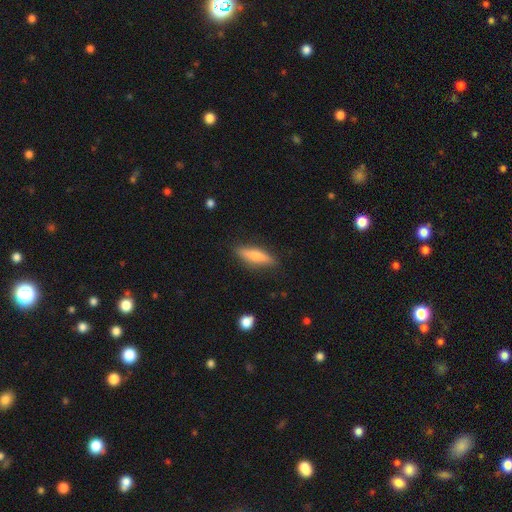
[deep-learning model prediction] Overall: smooth (64%; featured or disk 30%). How rounded: cigar-shaped (69%). Merging: none (85%).